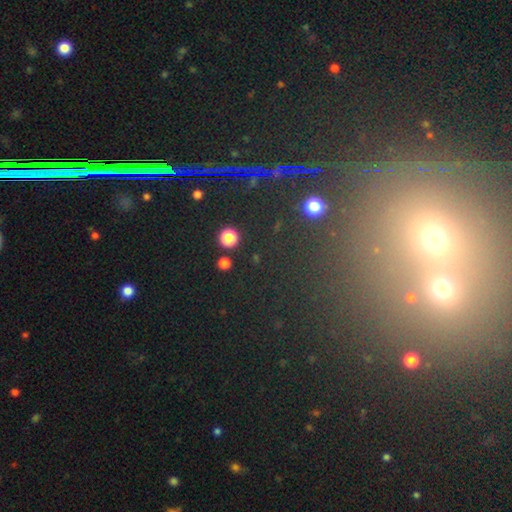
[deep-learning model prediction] The model was most divided on "smooth or featured": star or artifact: 61%, smooth: 26%, featured or disk: 14%.